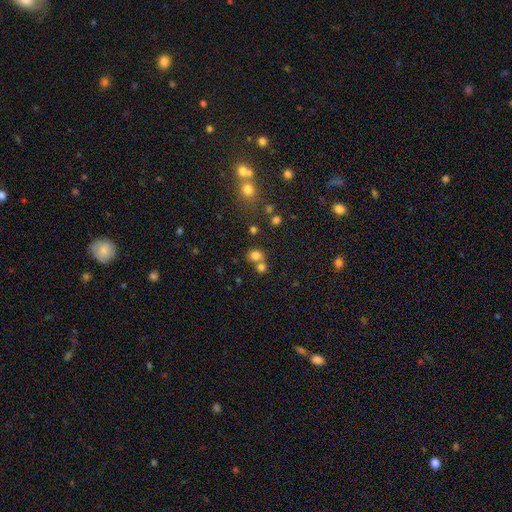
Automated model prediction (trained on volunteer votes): Overall: smooth (77%). How rounded: round (69%; in between 30%). Merging: none (52%; merger 37%).